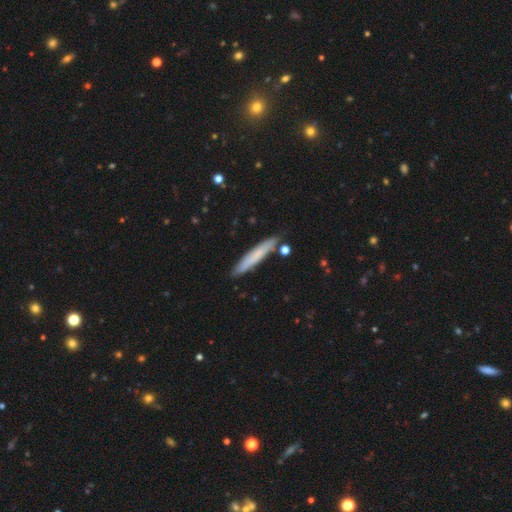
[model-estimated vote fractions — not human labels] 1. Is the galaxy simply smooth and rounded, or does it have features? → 68% smooth, 25% featured or disk, 6% star or artifact.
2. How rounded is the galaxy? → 94% cigar-shaped, 5% in between, 1% round.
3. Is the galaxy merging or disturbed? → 85% none, 10% minor disturbance, 3% merger, 2% major disturbance.